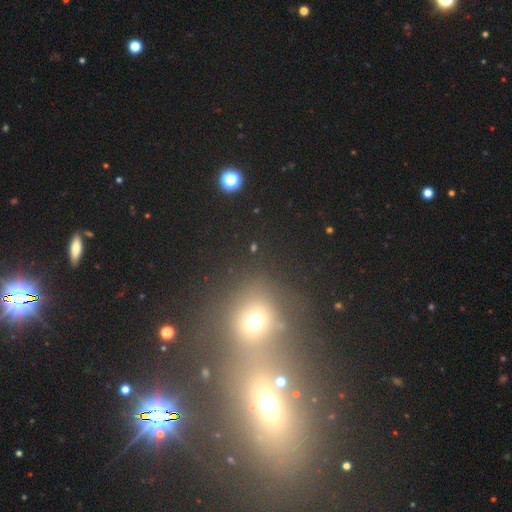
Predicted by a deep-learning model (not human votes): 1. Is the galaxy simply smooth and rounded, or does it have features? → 47% star or artifact, 40% smooth, 14% featured or disk.